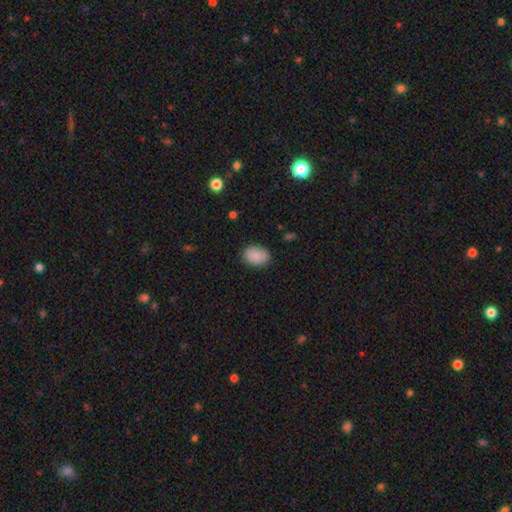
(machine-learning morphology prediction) smooth_or_featured: smooth (p=0.89) [alt: star or artifact p=0.07]
how_rounded: in between (p=0.80) [alt: round p=0.19]
merging: none (p=0.86) [alt: minor disturbance p=0.10]